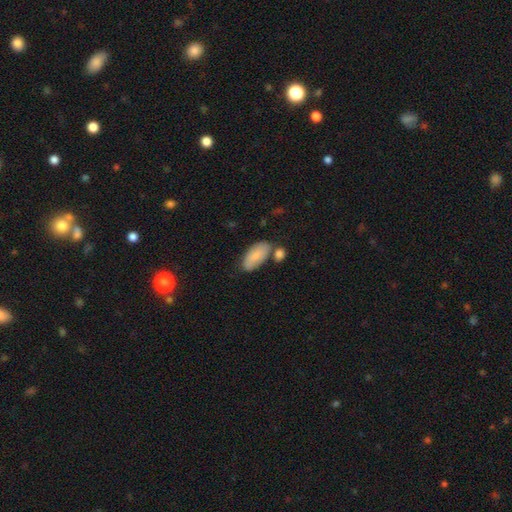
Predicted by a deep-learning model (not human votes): Smooth or featured: smooth — 82% (featured or disk — 12%)
How rounded: in between — 92% (cigar-shaped — 6%)
Merging: none — 60% (minor disturbance — 19%)